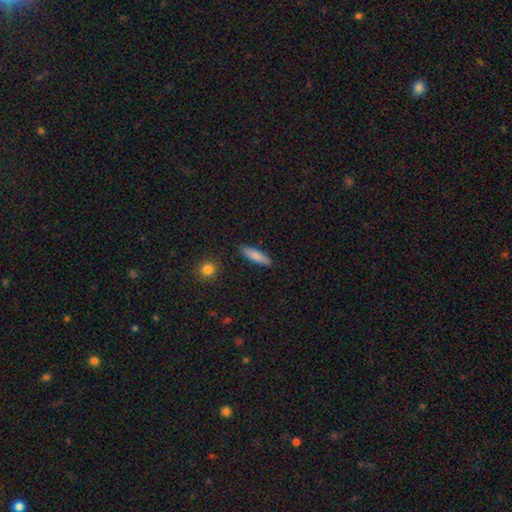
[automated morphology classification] Overall: smooth (81%). How rounded: cigar-shaped (69%). Merging: none (88%).